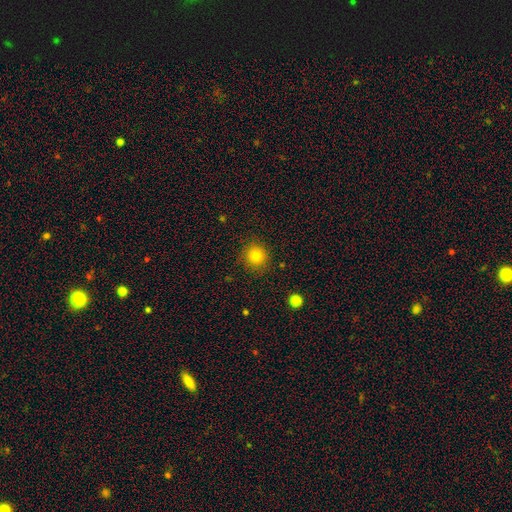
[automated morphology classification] This appears to be a smooth galaxy with no disk features (82%) that is round (92%). Merging: none (89%).